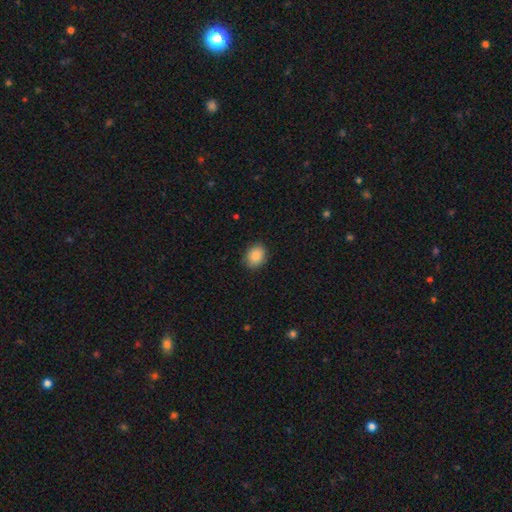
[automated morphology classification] This is clearly a smooth galaxy (87%). How rounded: possibly round (50%). Merging: clearly none (88%).